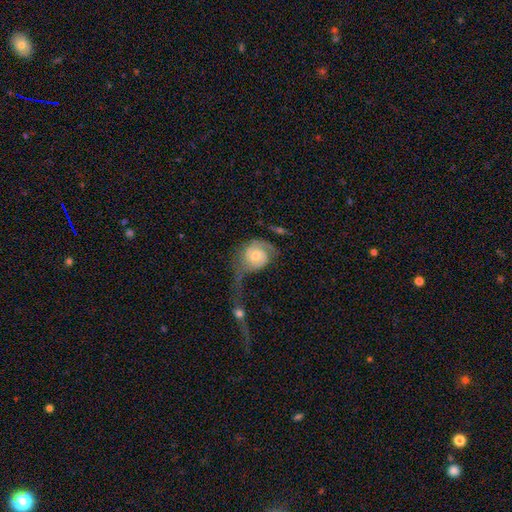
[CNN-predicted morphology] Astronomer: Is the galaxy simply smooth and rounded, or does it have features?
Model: featured or disk — 78%.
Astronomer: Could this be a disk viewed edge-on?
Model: no — 97%.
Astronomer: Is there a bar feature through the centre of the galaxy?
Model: no — 61%.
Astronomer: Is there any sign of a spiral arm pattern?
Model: yes — 94%.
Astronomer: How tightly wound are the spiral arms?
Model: tight — 43% (runner-up: medium, 36%).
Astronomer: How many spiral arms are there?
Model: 2 — 65%.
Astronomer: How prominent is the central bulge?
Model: moderate — 59%.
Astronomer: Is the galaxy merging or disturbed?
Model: major disturbance — 38% (runner-up: none, 30%).